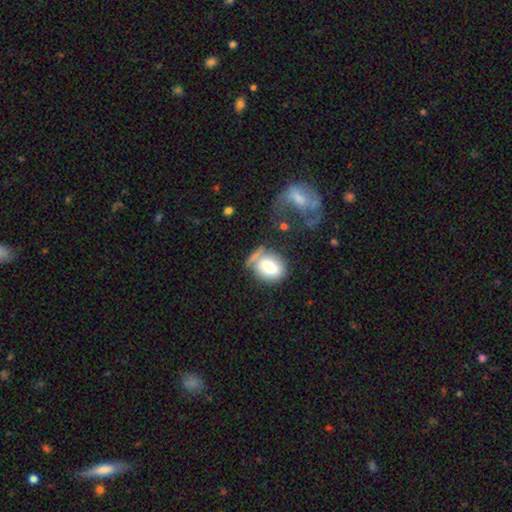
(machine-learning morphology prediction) A smooth galaxy with no disk features (63%) that is in between round and cigar-shaped (67%). Merging: none (34%).